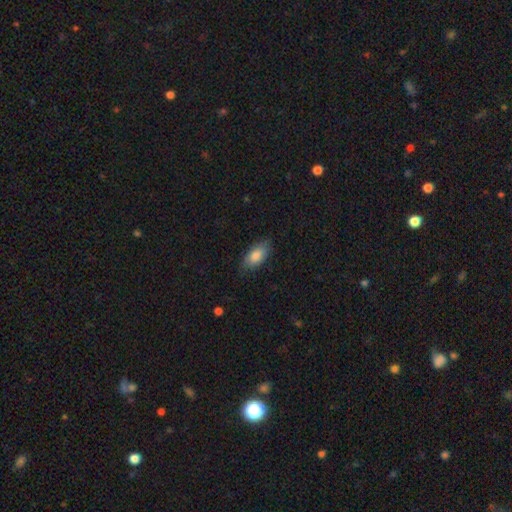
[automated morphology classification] The model was most divided on "merging": none: 77%, minor disturbance: 18%, major disturbance: 4%, merger: 1%. More confident: how rounded — in between (90%); smooth or featured — smooth (83%).